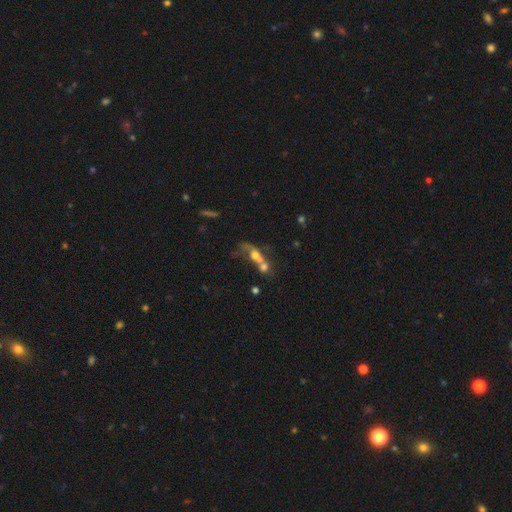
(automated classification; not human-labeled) Smooth or featured? Predicted: smooth (p=0.50). How rounded? Predicted: in between (p=0.46). Merging? Predicted: merger (p=0.68).